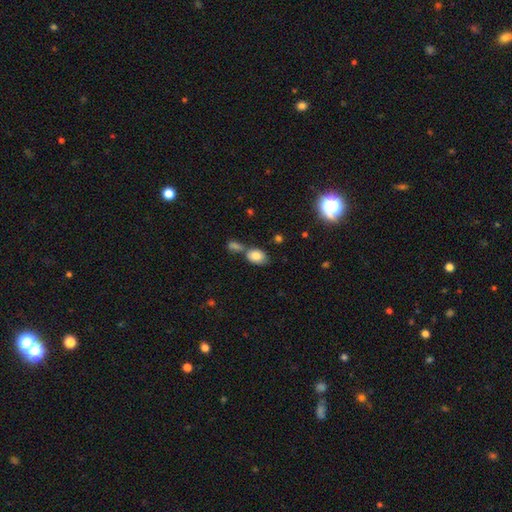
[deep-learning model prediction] Q: Smooth or featured?
A: smooth (82%); runner-up: star or artifact (9%)
Q: How rounded?
A: in between (81%); runner-up: round (18%)
Q: Merging?
A: none (51%); runner-up: merger (31%)